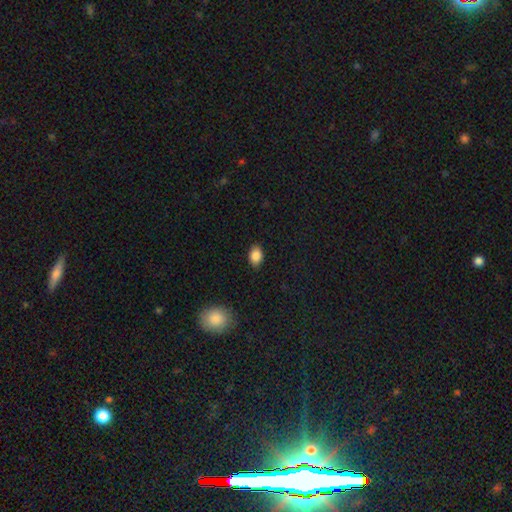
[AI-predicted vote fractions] smooth_or_featured: smooth (p=0.86) [alt: star or artifact p=0.09]
how_rounded: in between (p=0.80) [alt: round p=0.19]
merging: none (p=0.86) [alt: minor disturbance p=0.11]